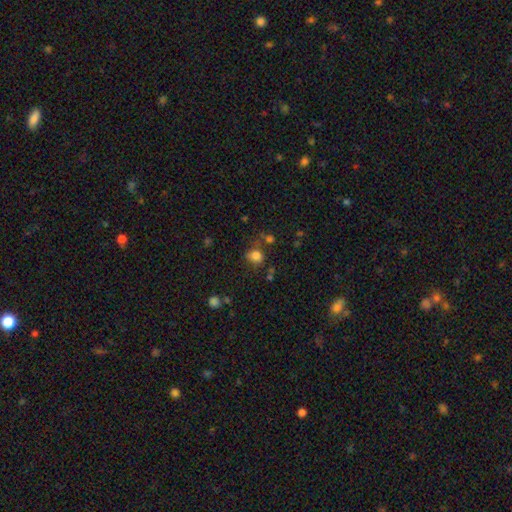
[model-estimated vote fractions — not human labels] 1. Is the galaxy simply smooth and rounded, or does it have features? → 79% smooth, 15% star or artifact, 6% featured or disk.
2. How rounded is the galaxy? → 63% round, 36% in between, 1% cigar-shaped.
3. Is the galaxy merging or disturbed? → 65% none, 18% minor disturbance, 10% merger, 8% major disturbance.